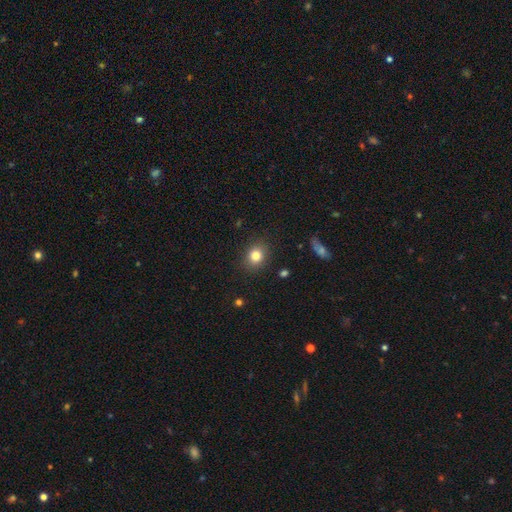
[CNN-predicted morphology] A smooth galaxy with no disk features (82%) that is round (66%).

Vote fractions:
- Smooth or featured? smooth: 82% / star or artifact: 11% / featured or disk: 7%
- How rounded? round: 66% / in between: 33% / cigar-shaped: 1%
- Merging? none: 88% / minor disturbance: 9% / major disturbance: 3% / merger: 1%